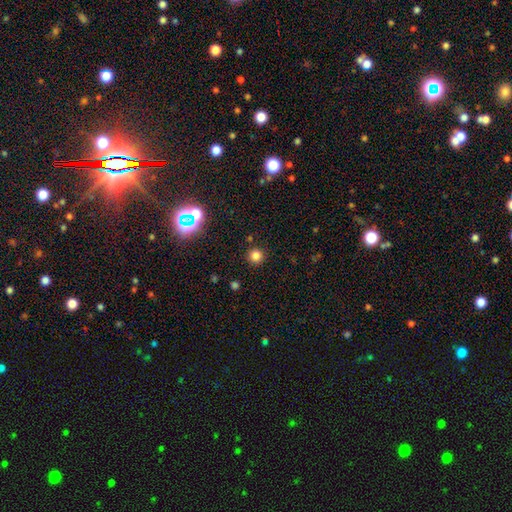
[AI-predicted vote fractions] The model was most divided on "smooth or featured": smooth: 79%, star or artifact: 16%, featured or disk: 5%. More confident: how rounded — round (95%); merging — none (90%).